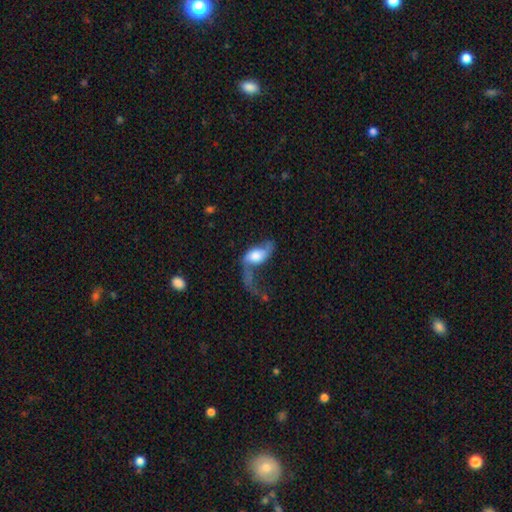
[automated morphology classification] smooth-or-featured: featured or disk: 56% | smooth: 36% | star or artifact: 8%
  disk-edge-on: no: 90% | yes: 10%
    bar: no: 63% | weak: 27% | strong: 10%
    has-spiral-arms: yes: 78% | no: 22%
    bulge-size: large: 44% | moderate: 26% | dominant: 12% | small: 10% | none: 8%
  merging: major disturbance: 50% | none: 24% | minor disturbance: 16% | merger: 9%